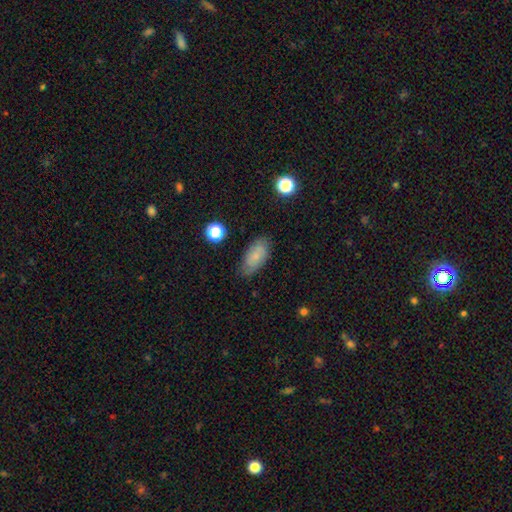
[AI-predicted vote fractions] Morphology: type=smooth (76%); roundness=in between (90%); merging=none (77%).